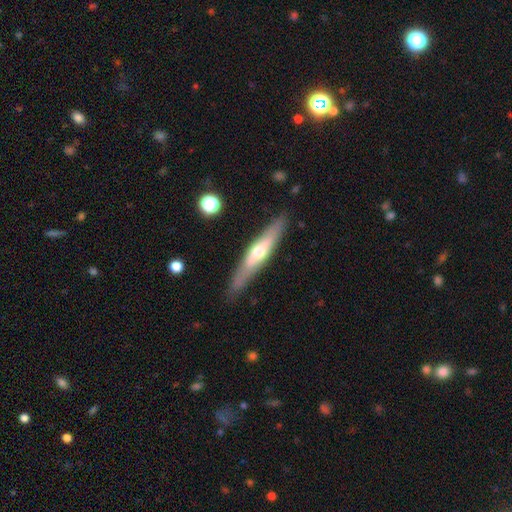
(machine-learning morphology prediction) smooth_or_featured: featured or disk (p=0.59) [alt: smooth p=0.35]
disk_edge_on: yes (p=0.86) [alt: no p=0.14]
edge_on_bulge: rounded (p=0.83) [alt: none p=0.13]
merging: none (p=0.85) [alt: minor disturbance p=0.11]